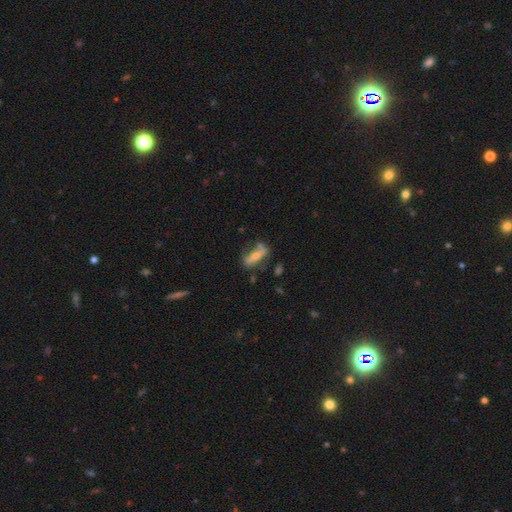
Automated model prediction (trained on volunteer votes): smooth-or-featured: featured or disk: 51% | smooth: 42% | star or artifact: 7%
  disk-edge-on: no: 51% | yes: 49%
  merging: none: 62% | minor disturbance: 22% | major disturbance: 11% | merger: 5%